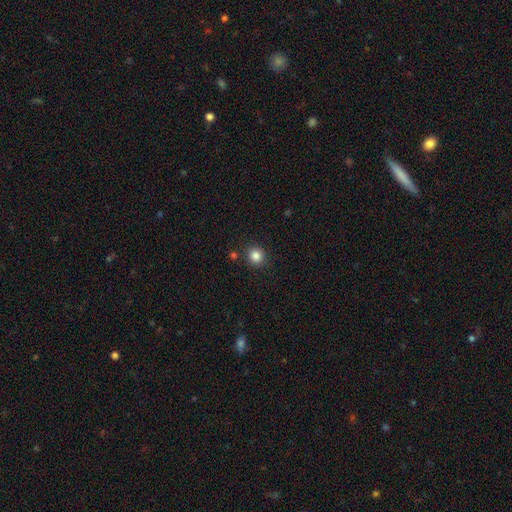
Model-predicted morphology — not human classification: This is clearly a smooth galaxy (84%). How rounded: clearly round (91%). Merging: clearly none (88%).